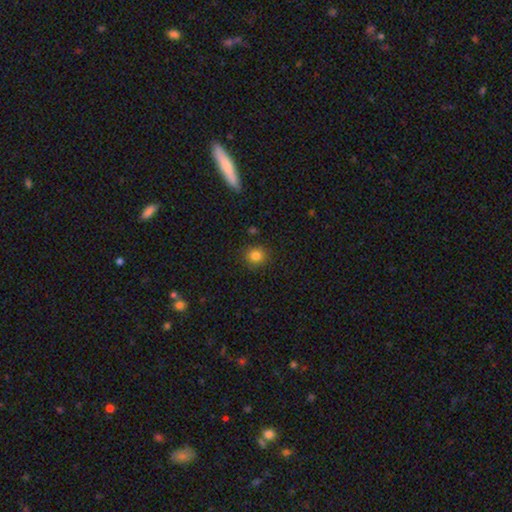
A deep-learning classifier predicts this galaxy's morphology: smooth 83%, star or artifact 12%, featured or disk 5%. Down the decision tree: how rounded — round (90%); merging — none (89%).